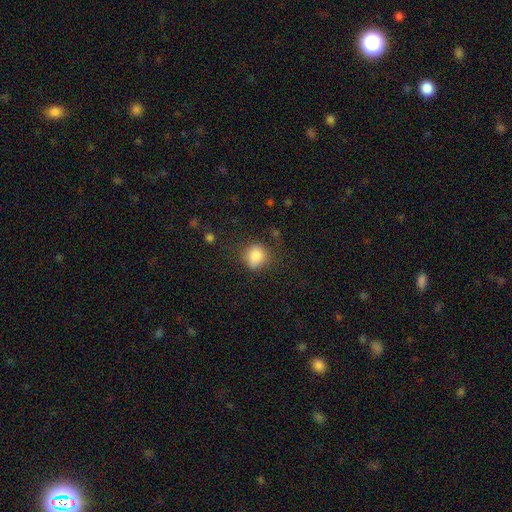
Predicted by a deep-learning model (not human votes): A smooth galaxy with no disk features (85%) that is round (72%). Merging: none (69%).